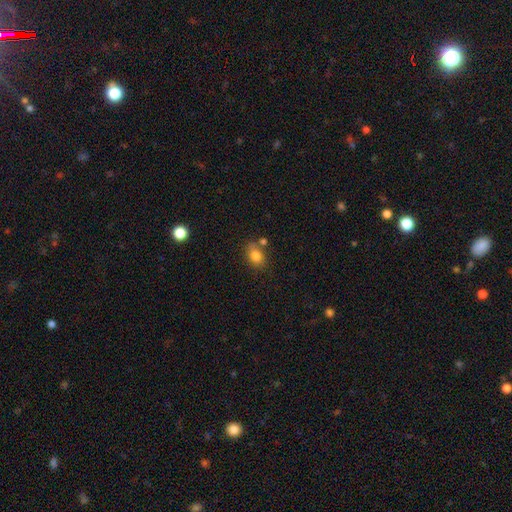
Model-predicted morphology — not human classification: smooth 82%, star or artifact 10%, featured or disk 8%. Down the decision tree: how rounded — in between (71%); merging — none (65%).